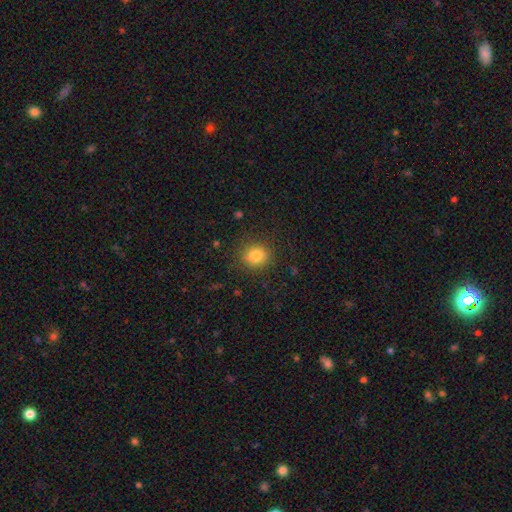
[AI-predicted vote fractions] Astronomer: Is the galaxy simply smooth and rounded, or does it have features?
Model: smooth — 83%.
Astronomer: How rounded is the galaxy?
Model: round — 81%.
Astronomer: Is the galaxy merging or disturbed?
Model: none — 87%.